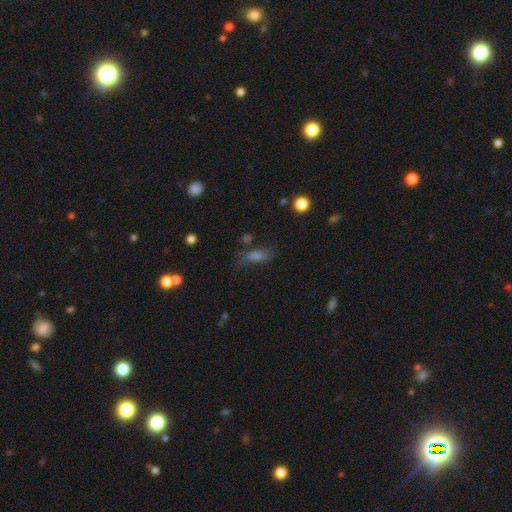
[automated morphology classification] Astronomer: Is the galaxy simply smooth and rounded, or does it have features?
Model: smooth — 59%.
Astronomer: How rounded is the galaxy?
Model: in between — 55% (runner-up: cigar-shaped, 39%).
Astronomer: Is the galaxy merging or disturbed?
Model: none — 65%.